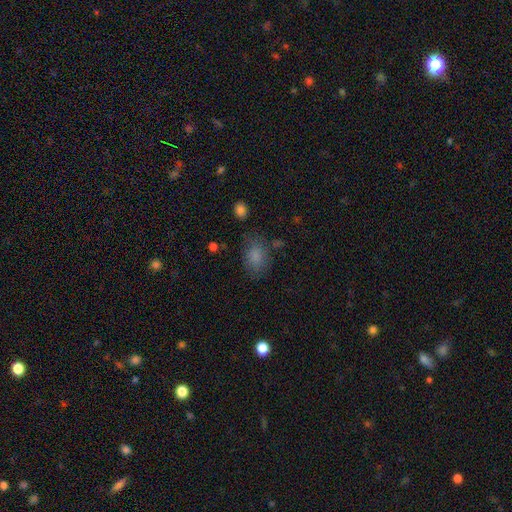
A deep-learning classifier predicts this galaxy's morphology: type=smooth (81%); roundness=in between (80%); merging=none (68%).